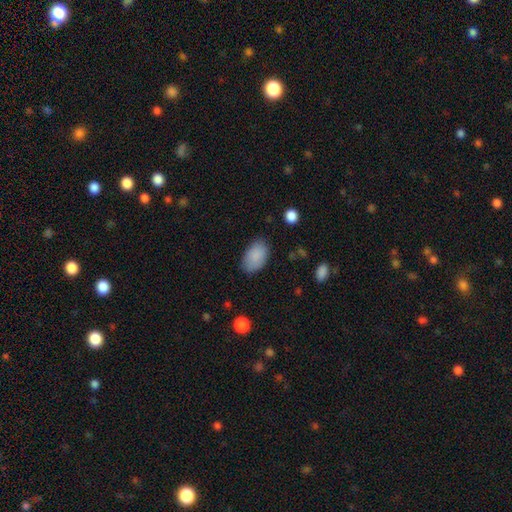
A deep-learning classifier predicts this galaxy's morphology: smooth 88%, star or artifact 7%, featured or disk 5%. Down the decision tree: how rounded — in between (93%); merging — none (80%).